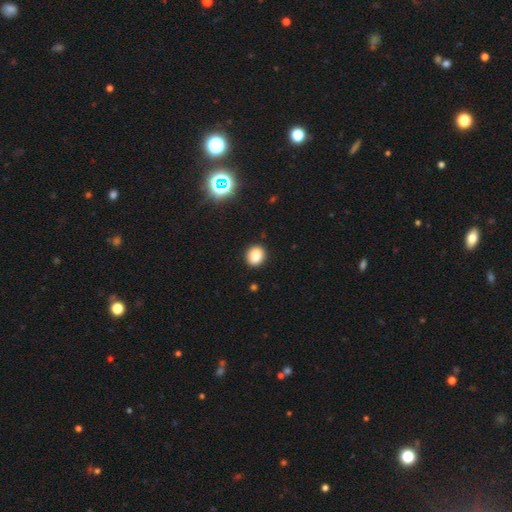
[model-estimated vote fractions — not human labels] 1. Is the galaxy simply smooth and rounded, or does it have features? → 83% smooth, 11% star or artifact, 5% featured or disk.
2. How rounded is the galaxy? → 66% round, 33% in between, 1% cigar-shaped.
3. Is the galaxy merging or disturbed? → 88% none, 8% minor disturbance, 2% major disturbance, 1% merger.